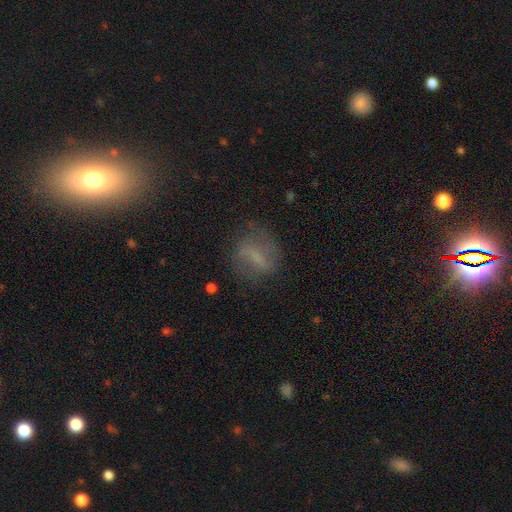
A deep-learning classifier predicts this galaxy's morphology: Smooth or featured?
  - smooth: 44% *
  - featured or disk: 43%
  - star or artifact: 13%
Merging?
  - none: 67% *
  - minor disturbance: 19%
  - major disturbance: 12%
  - merger: 2%